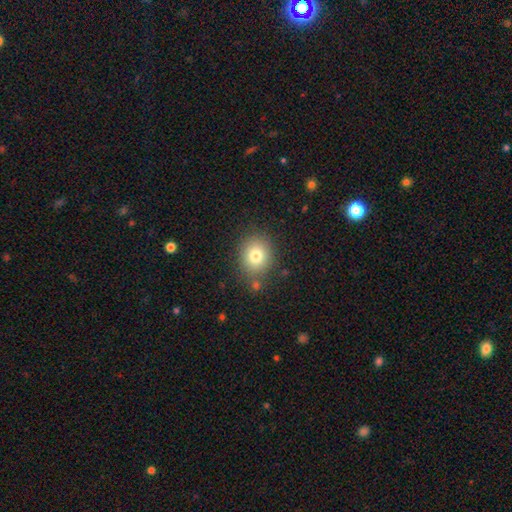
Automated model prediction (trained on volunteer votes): This is likely a smooth galaxy (78%). How rounded: likely round (71%). Merging: likely none (79%).